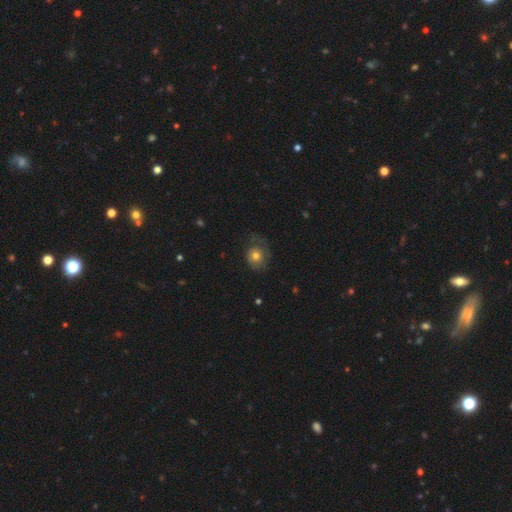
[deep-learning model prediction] A smooth galaxy with no disk features (70%) that is round (77%).

Vote fractions:
- Smooth or featured? smooth: 70% / featured or disk: 20% / star or artifact: 10%
- How rounded? round: 77% / in between: 22% / cigar-shaped: 1%
- Merging? none: 57% / minor disturbance: 25% / major disturbance: 17% / merger: 1%